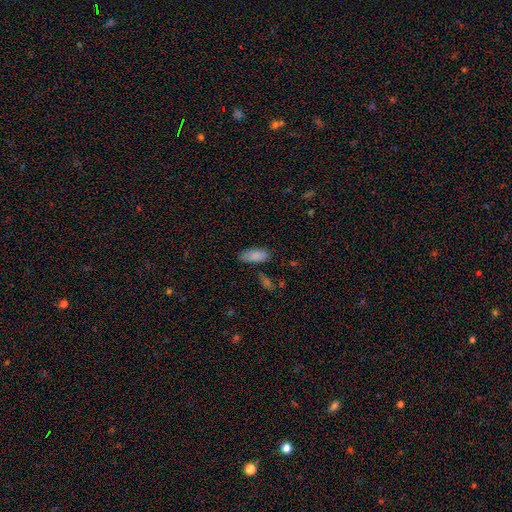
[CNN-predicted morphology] This appears to be a smooth galaxy with no disk features (86%) that is in between round and cigar-shaped (87%). Merging: none (77%).